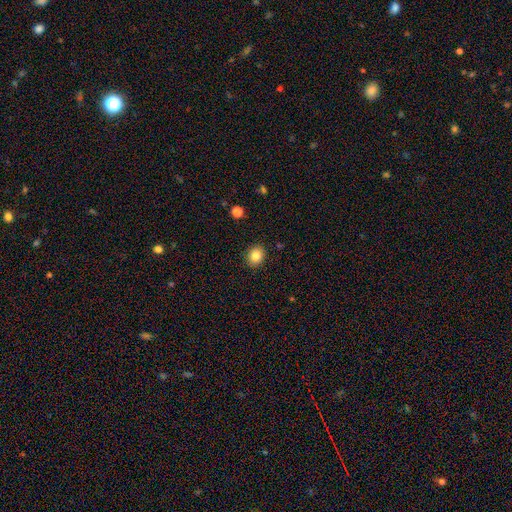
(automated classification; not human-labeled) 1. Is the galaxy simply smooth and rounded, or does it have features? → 86% smooth, 9% star or artifact, 5% featured or disk.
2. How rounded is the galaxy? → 57% round, 42% in between, 1% cigar-shaped.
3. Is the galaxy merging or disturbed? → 90% none, 7% minor disturbance, 2% major disturbance, 1% merger.